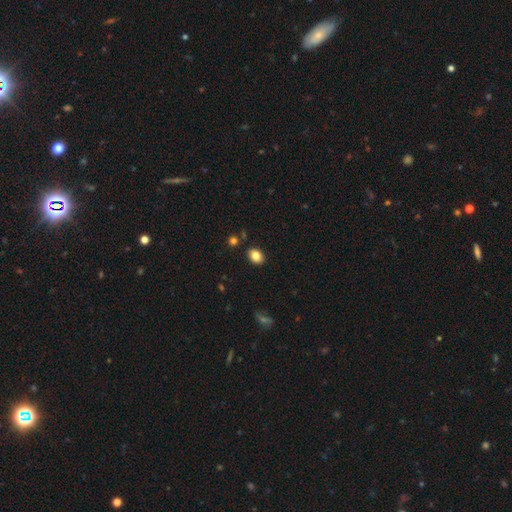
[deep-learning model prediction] smooth-or-featured: smooth: 84% | star or artifact: 9% | featured or disk: 6%
  how-rounded: in between: 69% | round: 30% | cigar-shaped: 1%
  merging: none: 87% | minor disturbance: 9% | merger: 2% | major disturbance: 2%